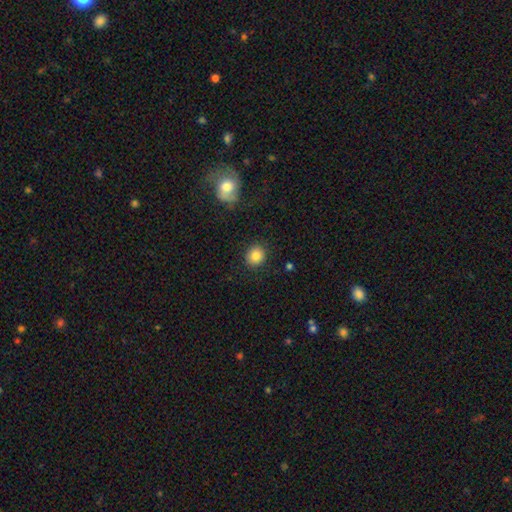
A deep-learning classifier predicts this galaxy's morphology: Q: Smooth or featured?
A: smooth (85%); runner-up: star or artifact (10%)
Q: How rounded?
A: round (83%); runner-up: in between (16%)
Q: Merging?
A: none (88%); runner-up: minor disturbance (7%)